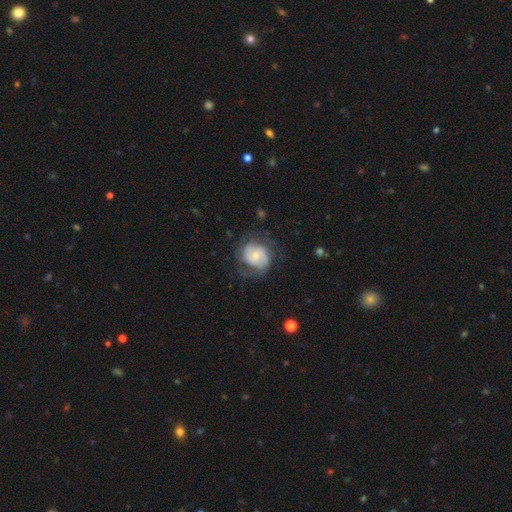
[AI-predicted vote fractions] featured or disk 69%, smooth 24%, star or artifact 6%. Down the decision tree: edge-on disk — no (98%); bar — no (64%); spiral arms — yes (88%); spiral arm count — 2 (60%); spiral winding — medium (43%); bulge size — small (55%); merging — none (58%).